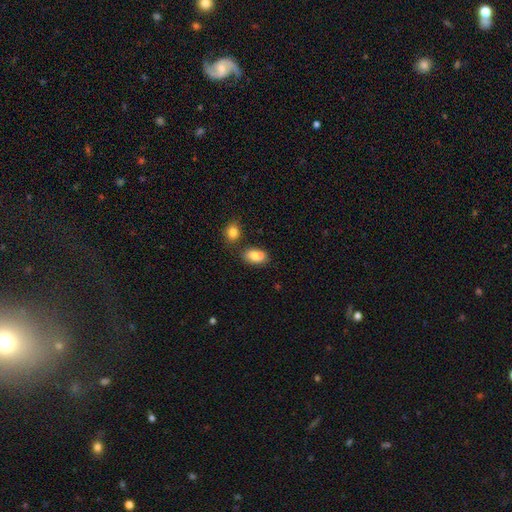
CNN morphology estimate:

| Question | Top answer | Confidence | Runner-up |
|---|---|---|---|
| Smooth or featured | smooth | 79% | featured or disk (12%) |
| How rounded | in between | 83% | round (15%) |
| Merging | none | 49% | merger (32%) |